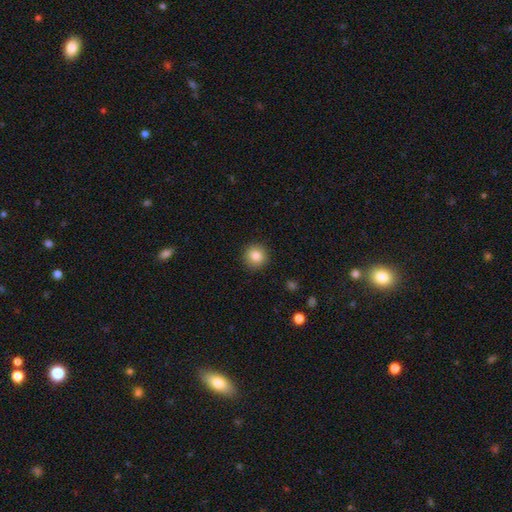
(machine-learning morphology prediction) The model was most divided on "smooth or featured": smooth: 84%, star or artifact: 10%, featured or disk: 6%. More confident: how rounded — round (94%); merging — none (91%).